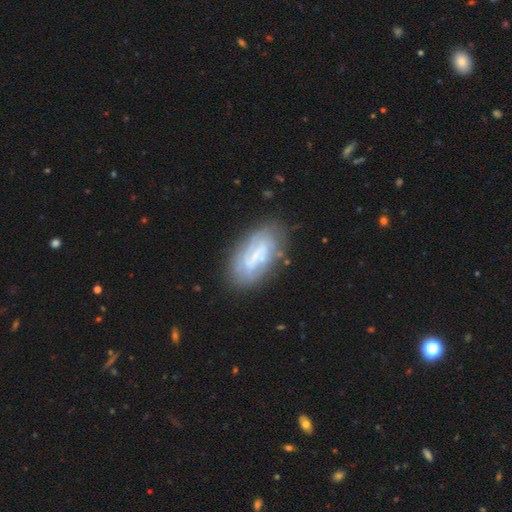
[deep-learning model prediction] featured or disk 57%, smooth 34%, star or artifact 9%. Down the decision tree: edge-on disk — no (90%); bar — weak (38%, tied with no); spiral arms — yes (57%); bulge size — small (44%); merging — none (72%).